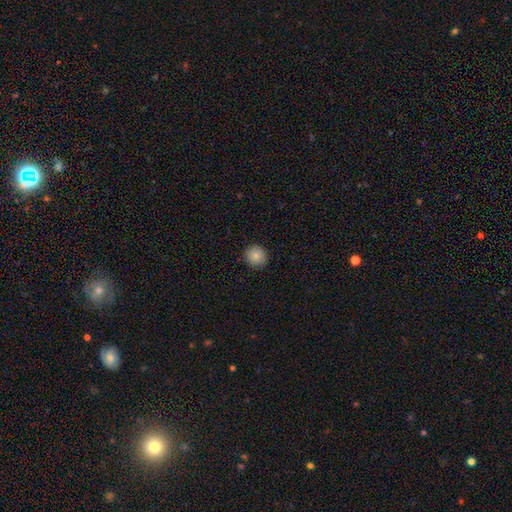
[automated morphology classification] type=smooth (86%); roundness=round (89%); merging=none (91%).